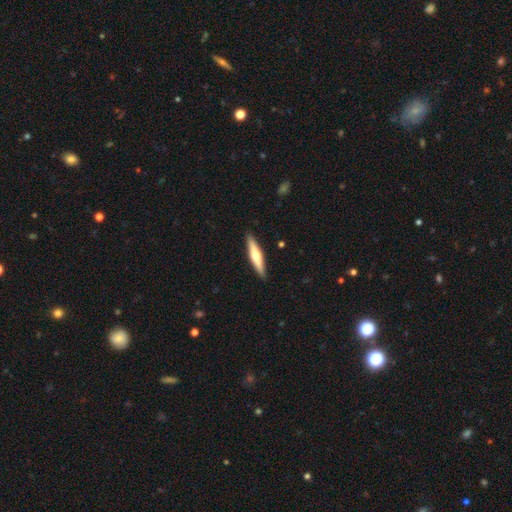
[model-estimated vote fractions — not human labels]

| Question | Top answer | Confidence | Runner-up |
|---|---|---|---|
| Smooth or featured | featured or disk | 52% | smooth (43%) |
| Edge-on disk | yes | 96% | no (4%) |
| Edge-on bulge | rounded | 89% | none (6%) |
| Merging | none | 91% | minor disturbance (7%) |